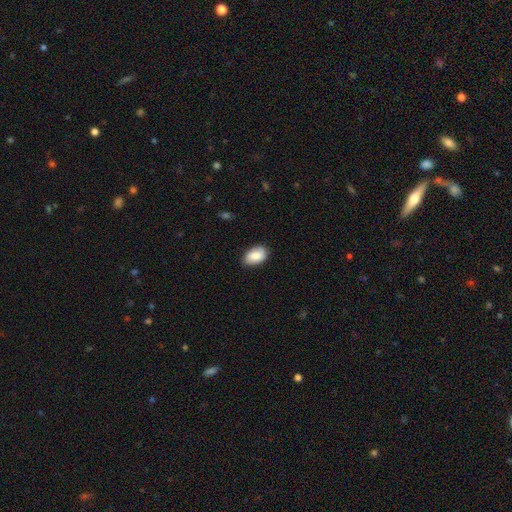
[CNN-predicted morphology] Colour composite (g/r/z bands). It shows a smooth galaxy with no disk features (79%) that is in between round and cigar-shaped (90%). Merging: none (79%).